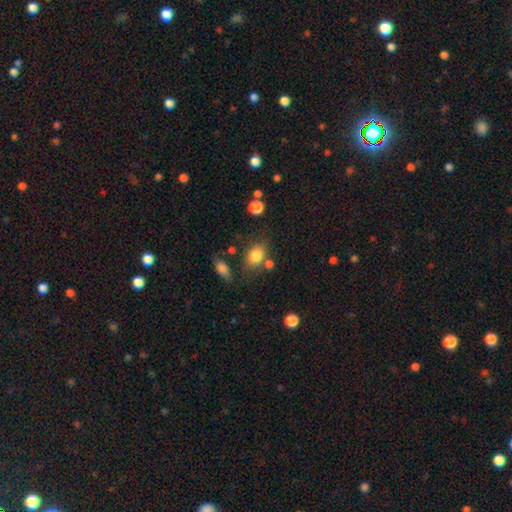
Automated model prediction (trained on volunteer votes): Smooth or featured: smooth — 80% (star or artifact — 10%)
How rounded: in between — 66% (round — 33%)
Merging: none — 66% (minor disturbance — 17%)